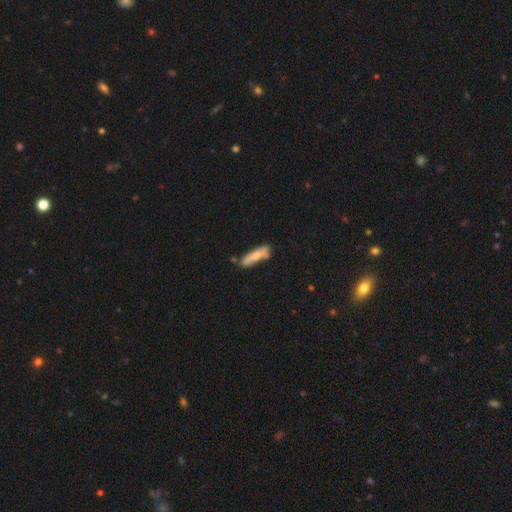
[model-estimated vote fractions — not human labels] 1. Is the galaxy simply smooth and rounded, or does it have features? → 64% smooth, 30% featured or disk, 6% star or artifact.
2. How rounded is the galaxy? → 68% cigar-shaped, 30% in between, 2% round.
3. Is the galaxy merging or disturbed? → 58% none, 25% minor disturbance, 11% merger, 7% major disturbance.